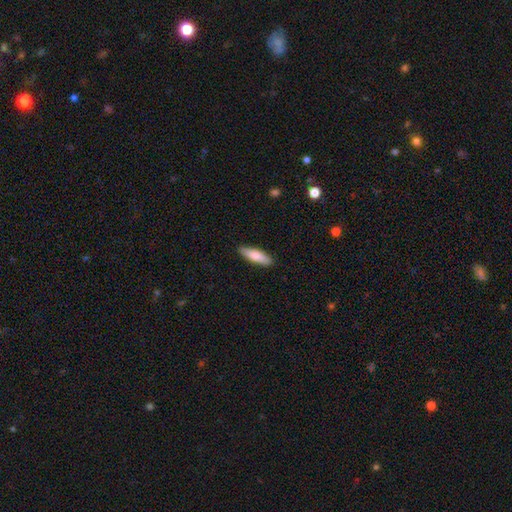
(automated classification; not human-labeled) Smooth or featured? smooth (80%)
How rounded? cigar-shaped (56%)
Merging? none (89%)